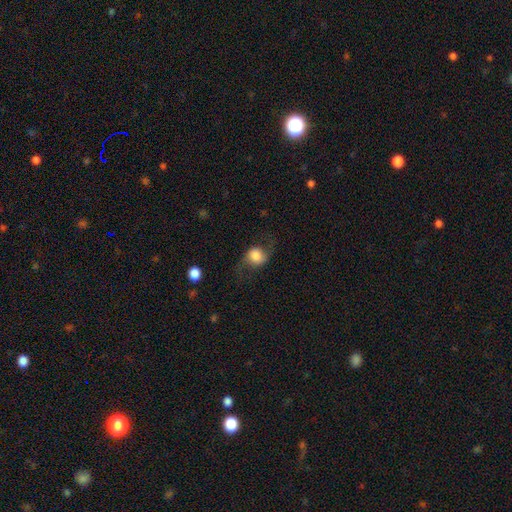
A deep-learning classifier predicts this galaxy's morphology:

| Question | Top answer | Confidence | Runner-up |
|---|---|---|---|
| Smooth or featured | featured or disk | 47% | smooth (44%) |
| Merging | none | 64% | minor disturbance (18%) |